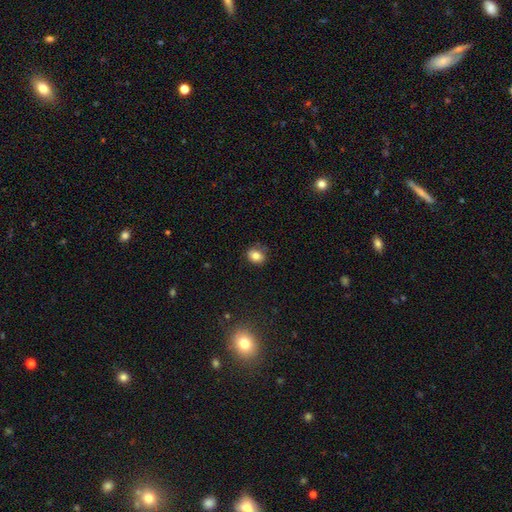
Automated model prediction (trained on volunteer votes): Smooth or featured? smooth (81%)
How rounded? round (54%)
Merging? none (79%)